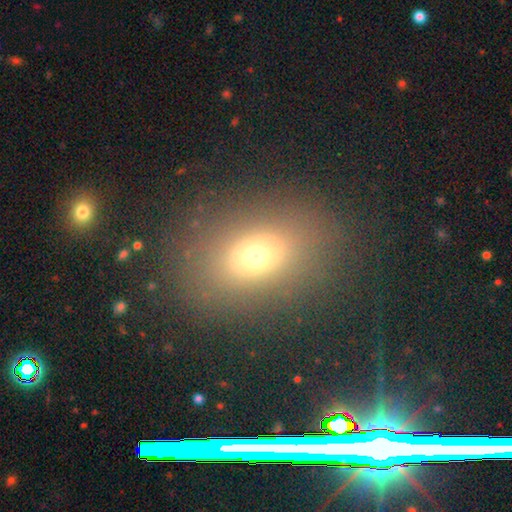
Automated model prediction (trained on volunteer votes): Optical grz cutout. It shows a smooth galaxy with no disk features (65%) that is in between round and cigar-shaped (68%). Merging: none (80%).